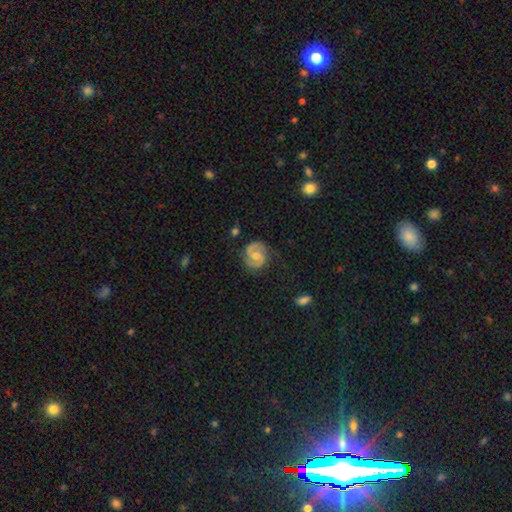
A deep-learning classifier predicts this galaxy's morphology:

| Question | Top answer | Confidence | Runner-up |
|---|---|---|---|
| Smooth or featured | featured or disk | 83% | smooth (11%) |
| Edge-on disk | no | 98% | yes (2%) |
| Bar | no | 53% | weak (38%) |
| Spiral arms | yes | 96% | no (4%) |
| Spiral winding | medium | 47% | tight (41%) |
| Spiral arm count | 2 | 91% | can't tell (4%) |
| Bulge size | moderate | 59% | small (34%) |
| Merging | none | 80% | minor disturbance (14%) |